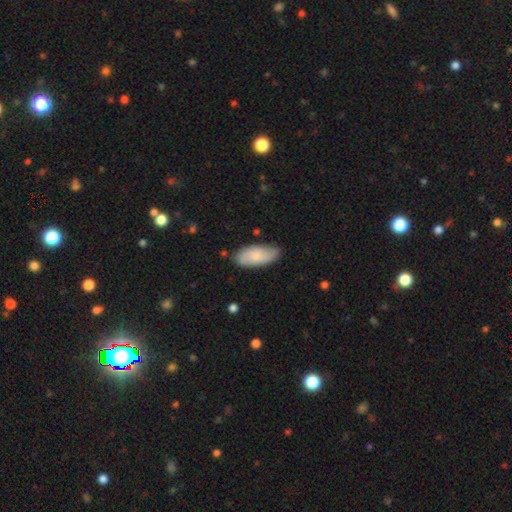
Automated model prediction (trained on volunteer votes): smooth_or_featured: smooth (p=0.77) [alt: featured or disk p=0.17]
how_rounded: in between (p=0.86) [alt: cigar-shaped p=0.12]
merging: none (p=0.77) [alt: minor disturbance p=0.18]